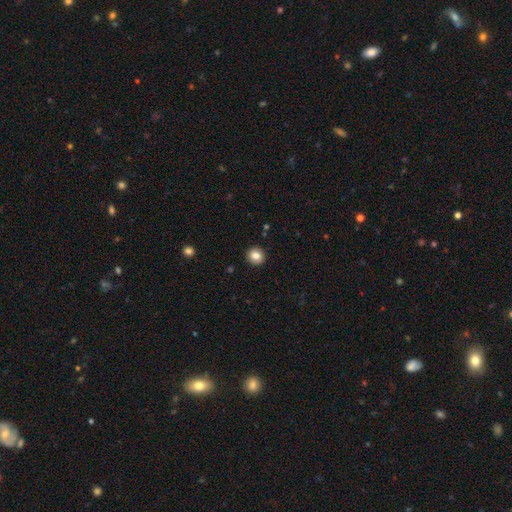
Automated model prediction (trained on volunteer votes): Smooth or featured? Predicted: smooth (p=0.84). How rounded? Predicted: round (p=0.91). Merging? Predicted: none (p=0.93).